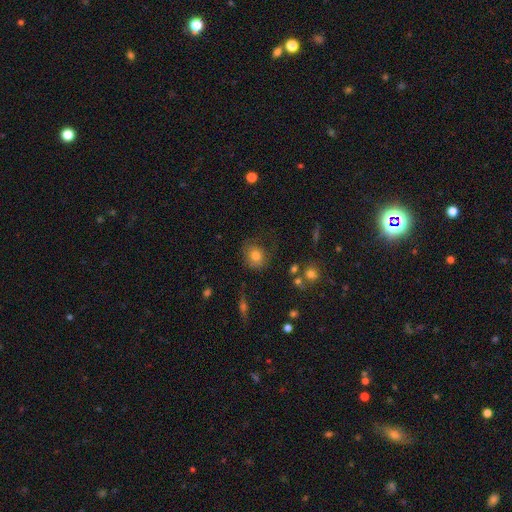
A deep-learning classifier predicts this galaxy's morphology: smooth 73%, featured or disk 15%, star or artifact 11%. Down the decision tree: how rounded — round (75%); merging — none (61%).